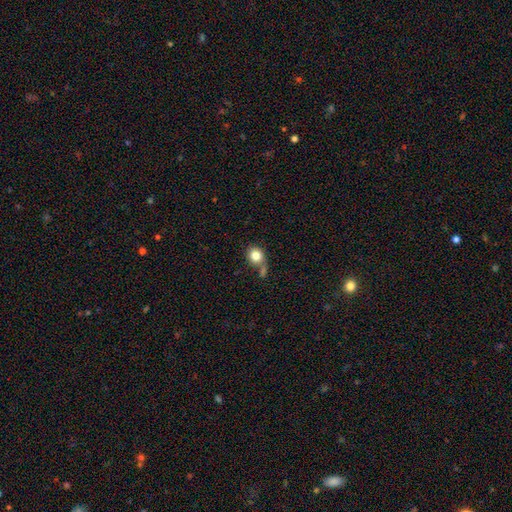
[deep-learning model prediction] Morphology: type=smooth (82%); roundness=round (78%); merging=none (57%).